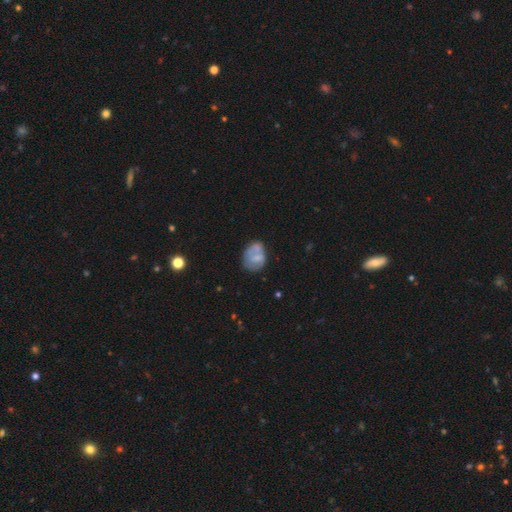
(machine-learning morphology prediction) smooth-or-featured: smooth: 56% | featured or disk: 36% | star or artifact: 8%
  how-rounded: in between: 57% | round: 42% | cigar-shaped: 1%
  merging: none: 40% | minor disturbance: 25% | merger: 21% | major disturbance: 13%